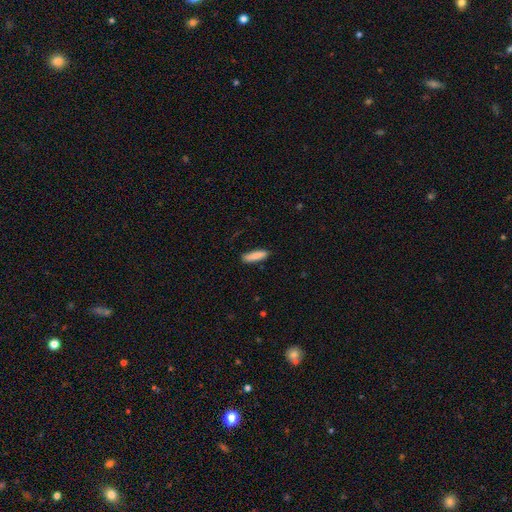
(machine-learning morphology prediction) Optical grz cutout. It shows a smooth galaxy with no disk features (87%) that is cigar-shaped (69%). Merging: none (85%).